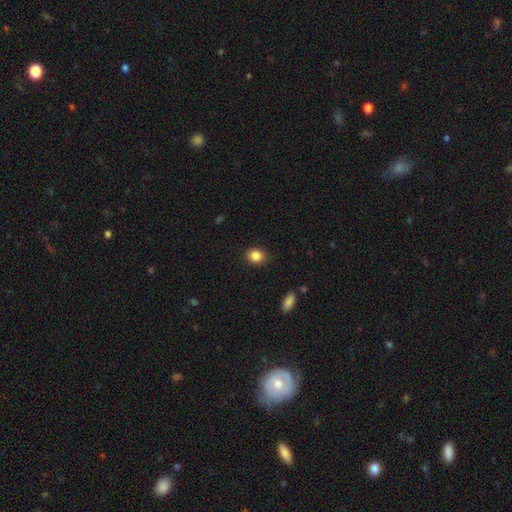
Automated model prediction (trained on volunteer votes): Smooth or featured? Predicted: smooth (p=0.86). How rounded? Predicted: round (p=0.72). Merging? Predicted: none (p=0.88).